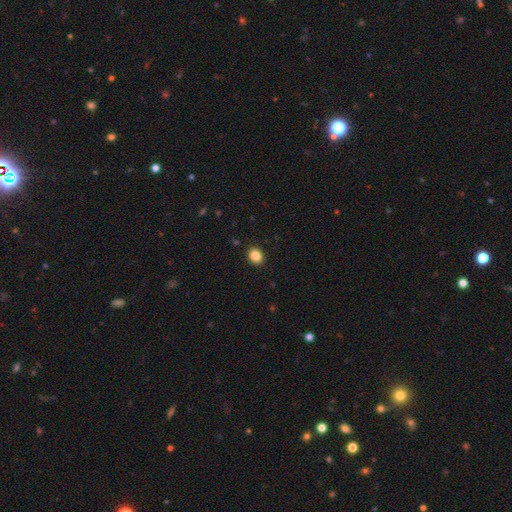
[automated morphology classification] type=smooth (86%); roundness=round (55%); merging=none (91%).